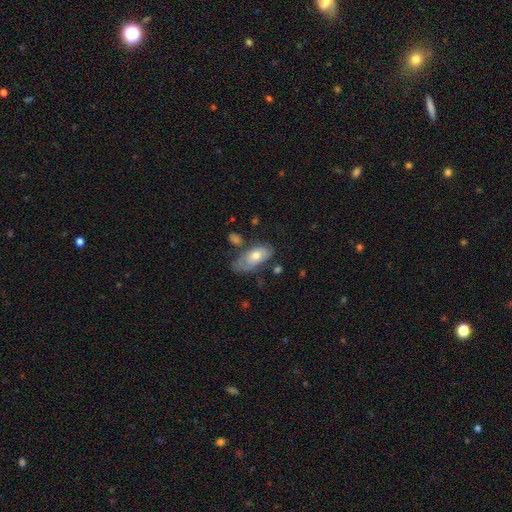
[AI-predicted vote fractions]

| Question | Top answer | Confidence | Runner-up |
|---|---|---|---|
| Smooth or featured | smooth | 60% | featured or disk (33%) |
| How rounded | in between | 89% | cigar-shaped (8%) |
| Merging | none | 48% | minor disturbance (30%) |